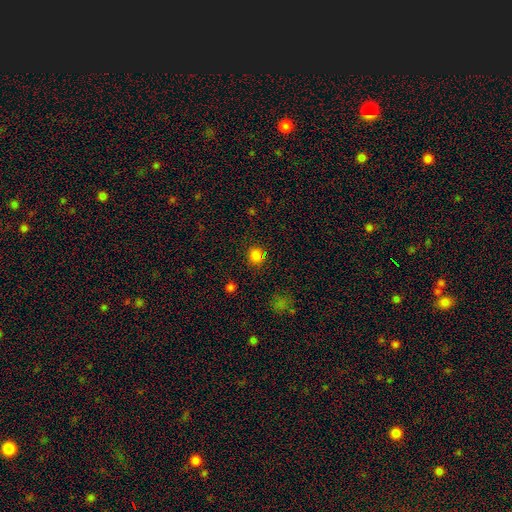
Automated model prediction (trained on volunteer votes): smooth-or-featured: smooth: 79% | star or artifact: 17% | featured or disk: 4%
  how-rounded: round: 83% | in between: 16% | cigar-shaped: 1%
  merging: none: 85% | minor disturbance: 9% | merger: 3% | major disturbance: 3%